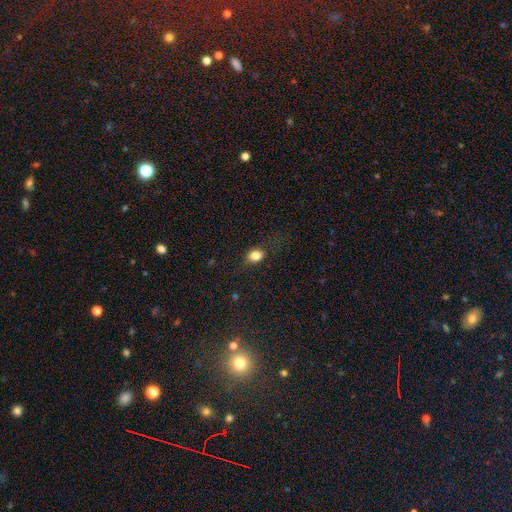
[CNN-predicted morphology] This appears to be a smooth galaxy with no disk features (80%) that is in between round and cigar-shaped (55%). Merging: none (74%).